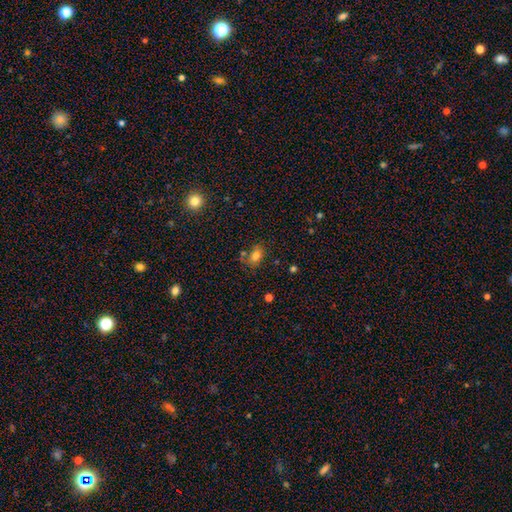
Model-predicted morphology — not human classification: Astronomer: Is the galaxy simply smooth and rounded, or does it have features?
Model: smooth — 78%.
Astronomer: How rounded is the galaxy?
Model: in between — 82%.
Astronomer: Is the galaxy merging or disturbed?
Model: none — 64%.